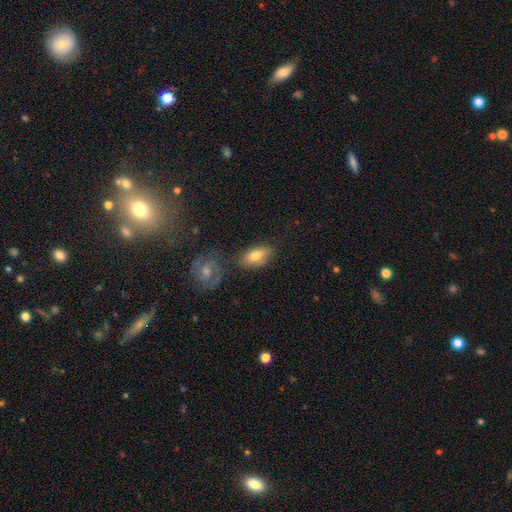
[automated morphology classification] Smooth or featured? Predicted: smooth (p=0.70). How rounded? Predicted: in between (p=0.87). Merging? Predicted: none (p=0.70).